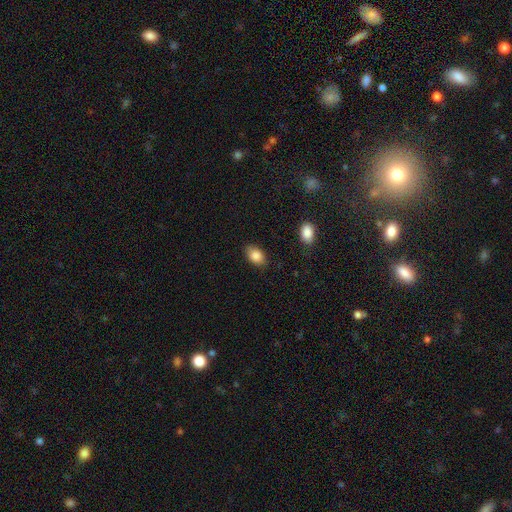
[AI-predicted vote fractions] The model was most divided on "merging": none: 84%, minor disturbance: 12%, major disturbance: 3%, merger: 1%. More confident: how rounded — in between (89%); smooth or featured — smooth (86%).